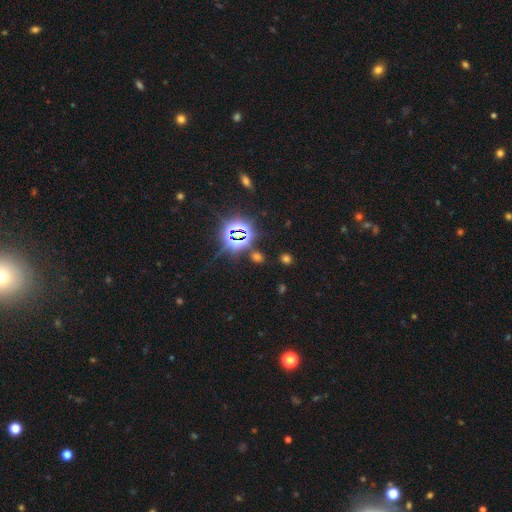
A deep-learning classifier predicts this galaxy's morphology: Smooth or featured: star or artifact — 74% (smooth — 18%)